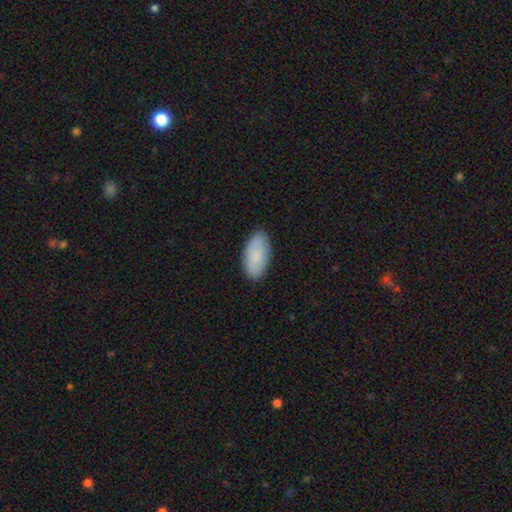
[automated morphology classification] A smooth galaxy with no disk features (84%) that is in between round and cigar-shaped (94%). Merging: none (86%).